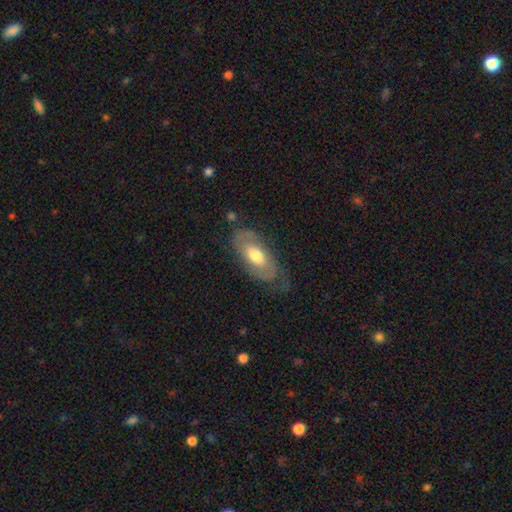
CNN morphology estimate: This appears to be a featured or disk galaxy (54%). Merging: none (63%).